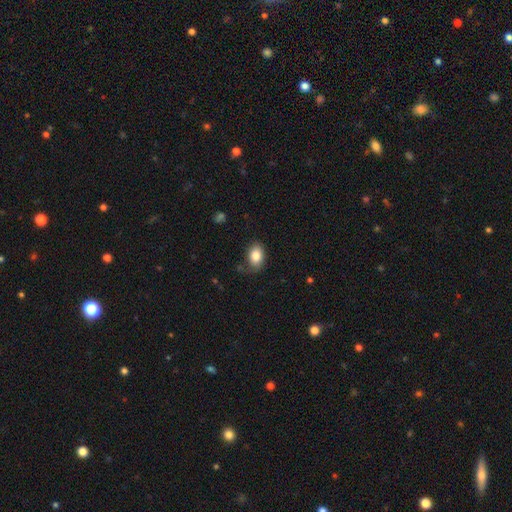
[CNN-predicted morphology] Smooth or featured?
  - smooth: 84% *
  - featured or disk: 8%
  - star or artifact: 8%
How rounded?
  - in between: 82% *
  - round: 17%
  - cigar-shaped: 1%
Merging?
  - none: 73% *
  - minor disturbance: 20%
  - major disturbance: 5%
  - merger: 2%